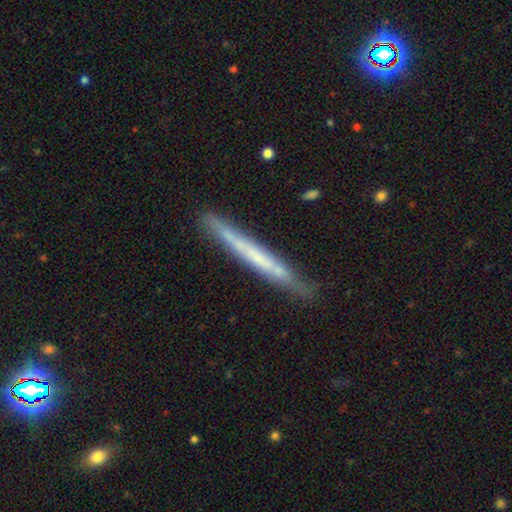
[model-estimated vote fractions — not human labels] A featured or disk galaxy (51%) viewed edge-on (93%). Merging: none (83%).